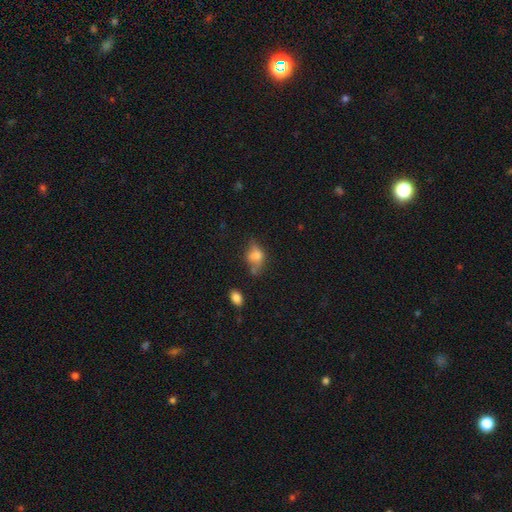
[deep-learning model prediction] Smooth or featured: smooth — 64% (featured or disk — 24%)
How rounded: in between — 68% (round — 28%)
Merging: none — 46% (minor disturbance — 30%)